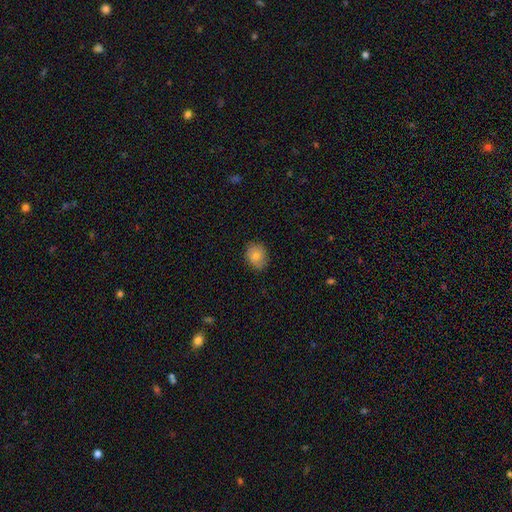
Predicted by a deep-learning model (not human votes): Overall: smooth (75%). How rounded: in between (52%; round 46%). Merging: none (77%).